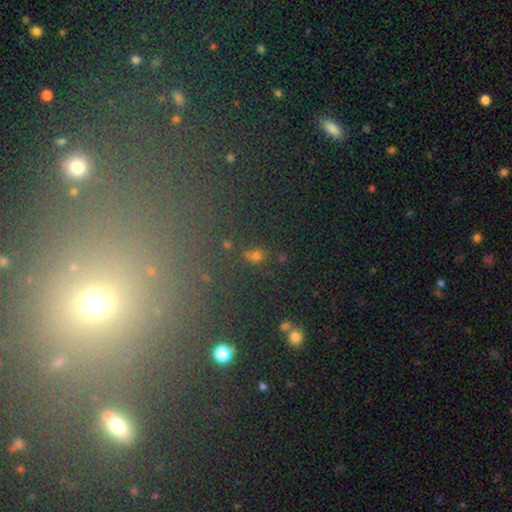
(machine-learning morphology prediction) smooth_or_featured: smooth (p=0.61) [alt: star or artifact p=0.30]
how_rounded: round (p=0.70) [alt: in between p=0.27]
merging: none (p=0.73) [alt: minor disturbance p=0.11]